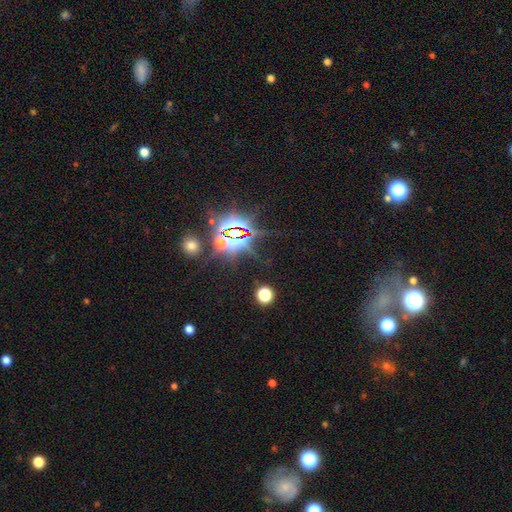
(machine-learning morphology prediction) The model was most divided on "smooth or featured": star or artifact: 81%, smooth: 10%, featured or disk: 9%.